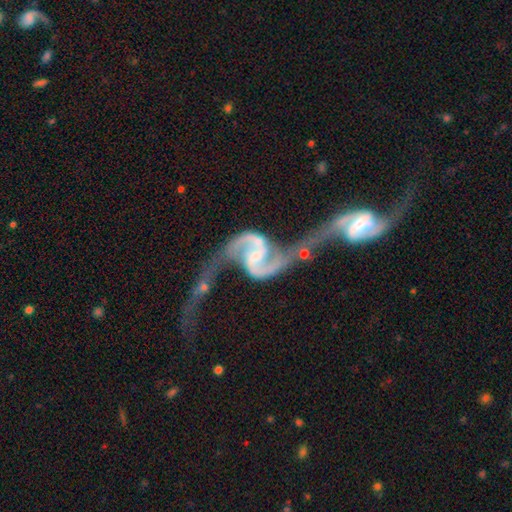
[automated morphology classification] smooth_or_featured: featured or disk (p=0.93) [alt: star or artifact p=0.04]
disk_edge_on: no (p=0.97) [alt: yes p=0.03]
bar: weak (p=0.48) [alt: strong p=0.27]
has_spiral_arms: yes (p=0.97) [alt: no p=0.03]
spiral_winding: loose (p=0.65) [alt: medium p=0.28]
spiral_arm_count: 2 (p=0.94) [alt: can't tell p=0.02]
bulge_size: small (p=0.47) [alt: moderate p=0.34]
merging: merger (p=0.45) [alt: none p=0.25]